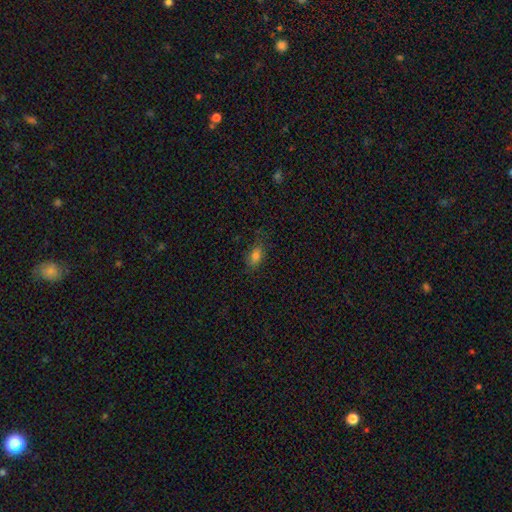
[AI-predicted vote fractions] smooth_or_featured: smooth (p=0.77) [alt: star or artifact p=0.12]
how_rounded: in between (p=0.84) [alt: round p=0.11]
merging: none (p=0.74) [alt: minor disturbance p=0.20]